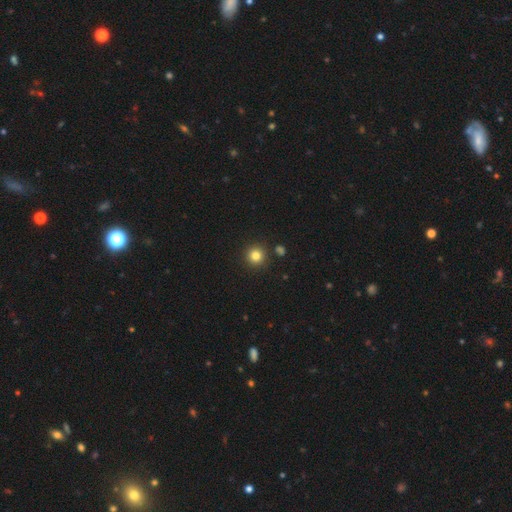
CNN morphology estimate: This appears to be a smooth galaxy with no disk features (82%) that is round (95%). Merging: none (90%).